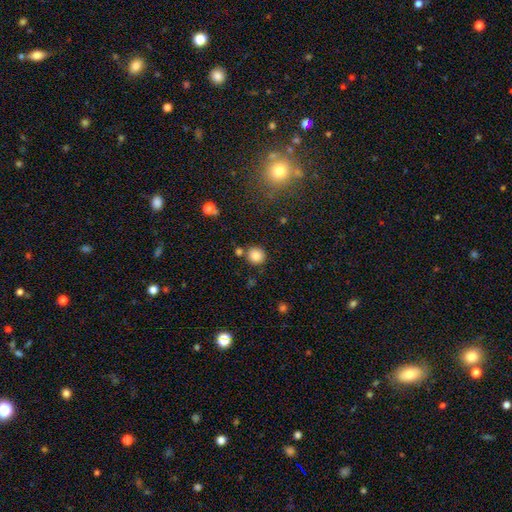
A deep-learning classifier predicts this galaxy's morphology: Smooth or featured? Predicted: smooth (p=0.85). How rounded? Predicted: round (p=0.89). Merging? Predicted: none (p=0.77).